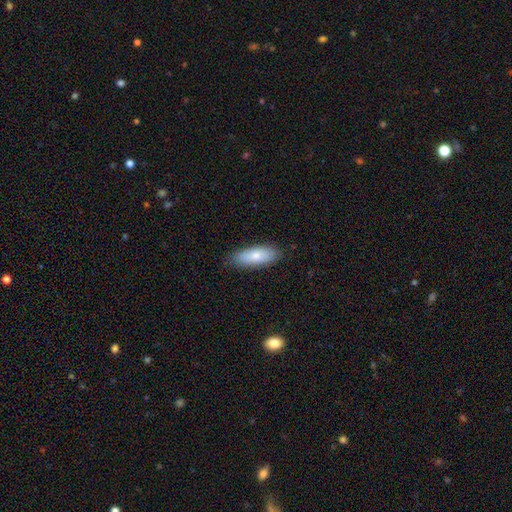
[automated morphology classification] Smooth or featured?
  - smooth: 77% *
  - featured or disk: 17%
  - star or artifact: 6%
How rounded?
  - in between: 72% *
  - cigar-shaped: 26%
  - round: 2%
Merging?
  - none: 85% *
  - minor disturbance: 12%
  - major disturbance: 2%
  - merger: 1%